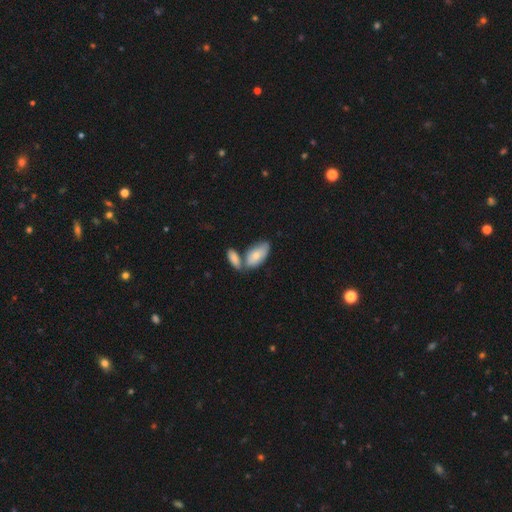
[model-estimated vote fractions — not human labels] smooth-or-featured: smooth: 74% | featured or disk: 20% | star or artifact: 6%
  how-rounded: in between: 91% | cigar-shaped: 6% | round: 3%
  merging: none: 41% | merger: 40% | minor disturbance: 14% | major disturbance: 4%